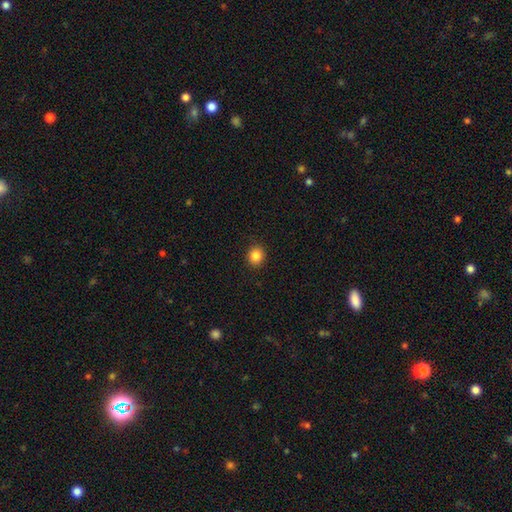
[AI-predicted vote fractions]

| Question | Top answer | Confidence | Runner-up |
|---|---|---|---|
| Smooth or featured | smooth | 86% | star or artifact (10%) |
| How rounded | round | 83% | in between (17%) |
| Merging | none | 91% | minor disturbance (6%) |